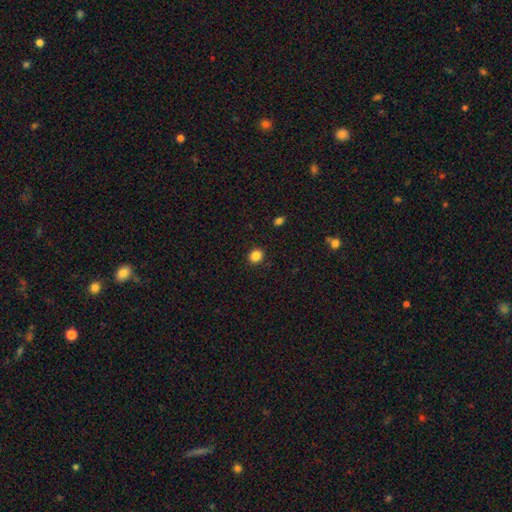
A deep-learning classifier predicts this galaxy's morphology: Q: Smooth or featured?
A: smooth (86%); runner-up: star or artifact (11%)
Q: How rounded?
A: round (73%); runner-up: in between (26%)
Q: Merging?
A: none (90%); runner-up: minor disturbance (7%)